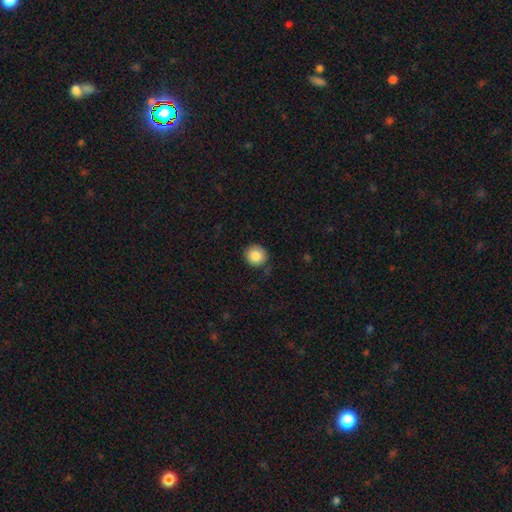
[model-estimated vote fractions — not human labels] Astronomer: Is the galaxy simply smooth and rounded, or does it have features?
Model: smooth — 86%.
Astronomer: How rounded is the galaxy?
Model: round — 92%.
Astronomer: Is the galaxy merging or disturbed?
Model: none — 84%.